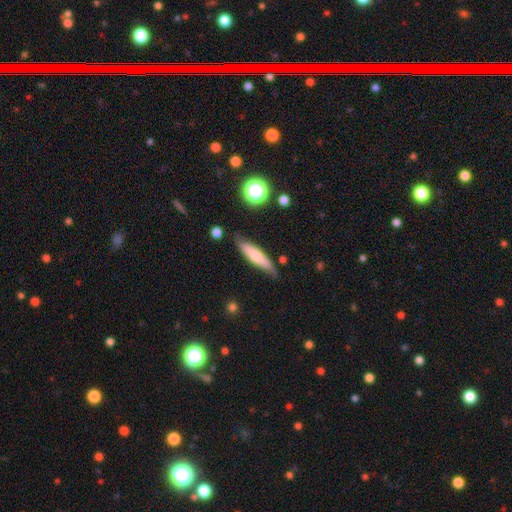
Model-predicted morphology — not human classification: Smooth or featured?
  - smooth: 61% *
  - featured or disk: 32%
  - star or artifact: 7%
How rounded?
  - cigar-shaped: 76% *
  - in between: 22%
  - round: 2%
Merging?
  - none: 75% *
  - minor disturbance: 19%
  - major disturbance: 4%
  - merger: 2%